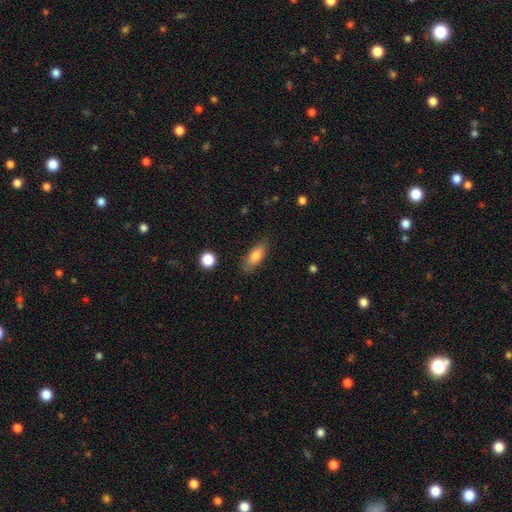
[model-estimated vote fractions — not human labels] This appears to be a smooth galaxy with no disk features (79%) that is in between round and cigar-shaped (71%). Merging: none (82%).